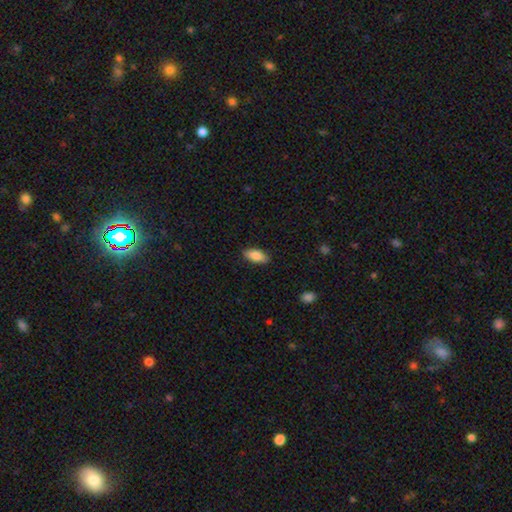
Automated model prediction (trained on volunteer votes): Smooth or featured: smooth — 83% (featured or disk — 10%)
How rounded: in between — 85% (cigar-shaped — 13%)
Merging: none — 86% (minor disturbance — 11%)